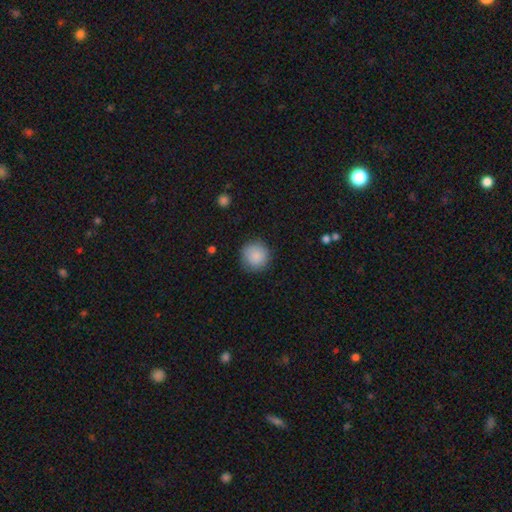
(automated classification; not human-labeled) Q: Smooth or featured?
A: smooth (87%); runner-up: star or artifact (8%)
Q: How rounded?
A: round (94%); runner-up: in between (5%)
Q: Merging?
A: none (86%); runner-up: minor disturbance (10%)